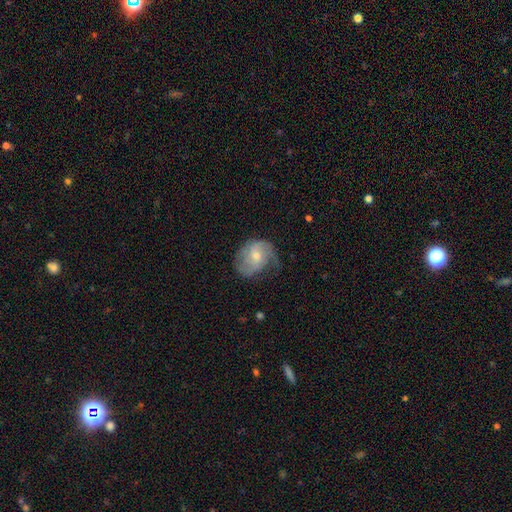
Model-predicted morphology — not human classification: Overall: featured or disk (52%; smooth 41%). Edge-on disk: no (97%). Merging: none (42%; minor disturbance 34%).